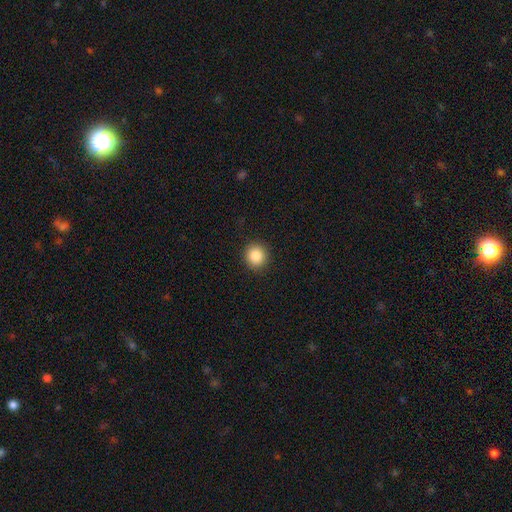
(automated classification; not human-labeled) smooth-or-featured: smooth: 86% | star or artifact: 9% | featured or disk: 4%
  how-rounded: round: 91% | in between: 8% | cigar-shaped: 1%
  merging: none: 91% | minor disturbance: 6% | major disturbance: 2% | merger: 1%